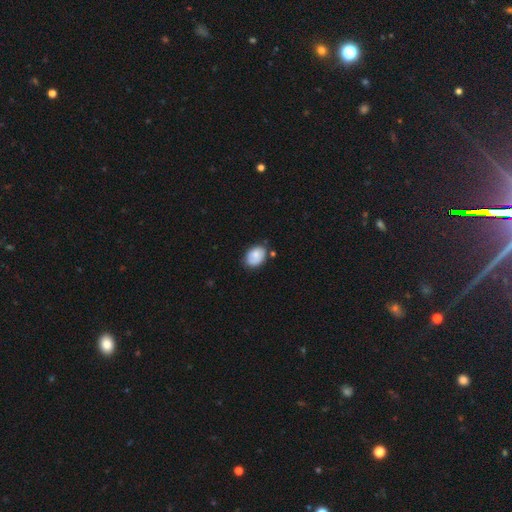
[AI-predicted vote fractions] Q: Smooth or featured?
A: smooth (76%); runner-up: featured or disk (17%)
Q: How rounded?
A: in between (78%); runner-up: round (21%)
Q: Merging?
A: none (68%); runner-up: minor disturbance (23%)